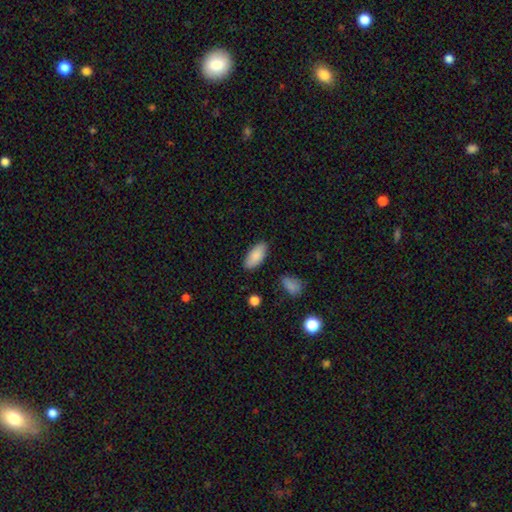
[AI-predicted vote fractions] This appears to be a smooth galaxy with no disk features (87%) that is in between round and cigar-shaped (90%). Merging: none (85%).